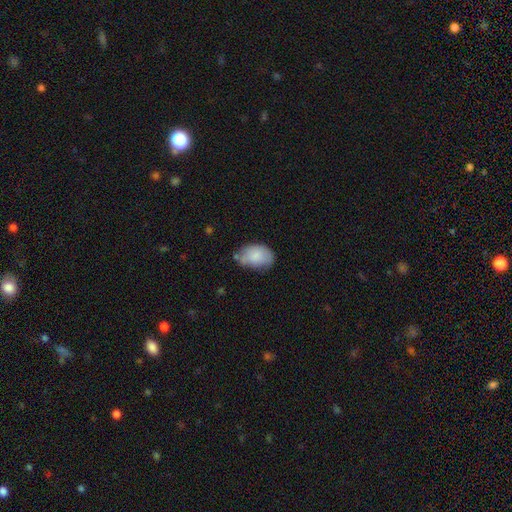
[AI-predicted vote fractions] smooth 79%, featured or disk 14%, star or artifact 7%. Down the decision tree: how rounded — in between (88%); merging — none (50%).